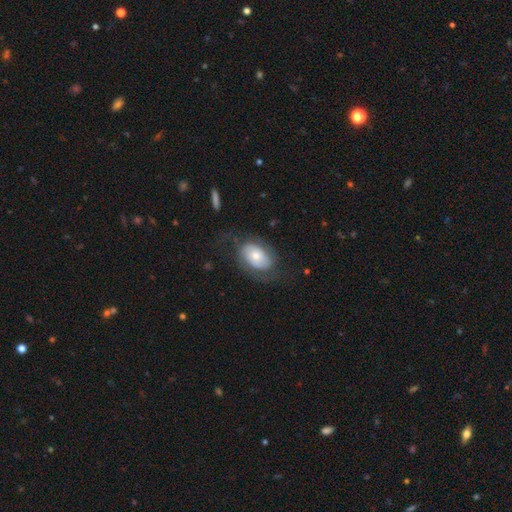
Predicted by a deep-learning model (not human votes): smooth-or-featured: featured or disk: 52% | smooth: 41% | star or artifact: 7%
  disk-edge-on: no: 94% | yes: 6%
  merging: none: 60% | minor disturbance: 20% | major disturbance: 19% | merger: 1%